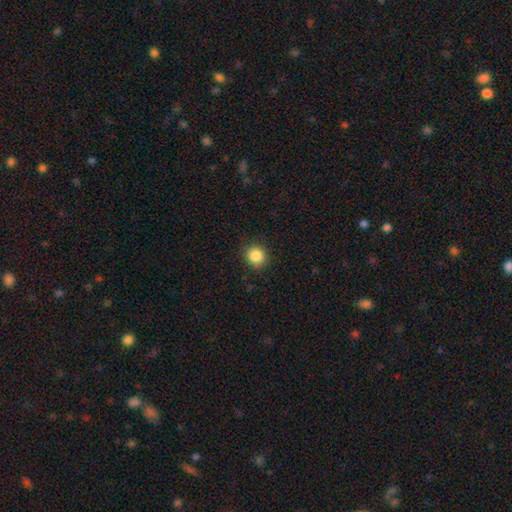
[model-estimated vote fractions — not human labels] Smooth or featured? smooth (86%)
How rounded? round (88%)
Merging? none (88%)